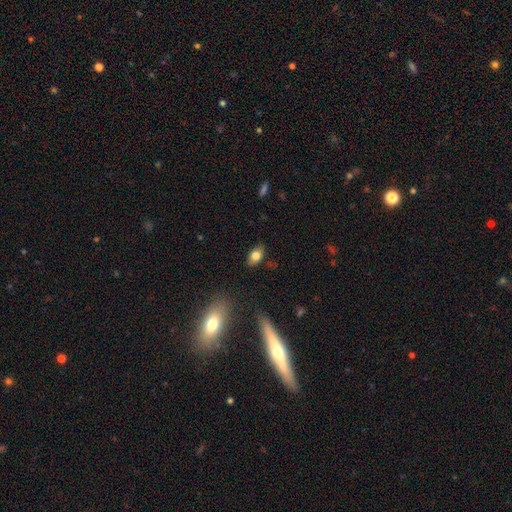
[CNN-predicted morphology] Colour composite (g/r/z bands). It shows a smooth galaxy with no disk features (80%) that is in between round and cigar-shaped (87%). Merging: none (83%).